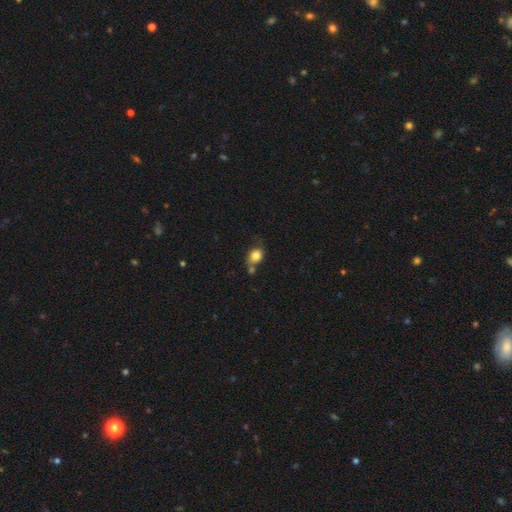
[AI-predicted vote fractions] Smooth or featured? smooth (81%)
How rounded? round (50%)
Merging? none (52%)